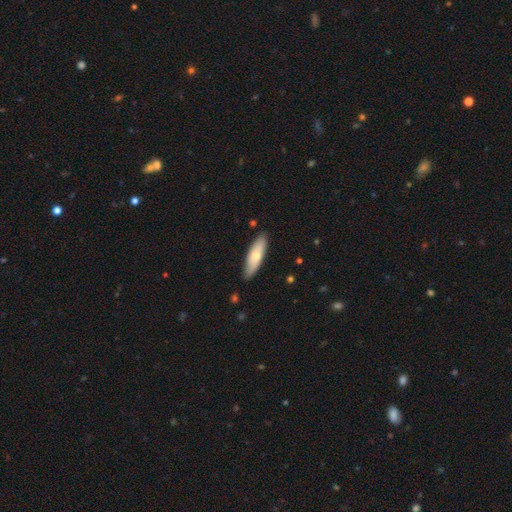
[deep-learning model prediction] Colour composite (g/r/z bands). It shows a smooth galaxy with no disk features (68%) that is cigar-shaped (52%). Merging: none (86%).